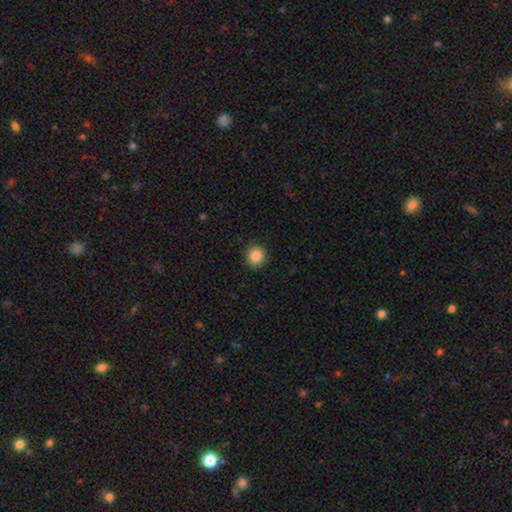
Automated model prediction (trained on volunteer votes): A smooth galaxy with no disk features (87%) that is round (92%). Merging: none (90%).